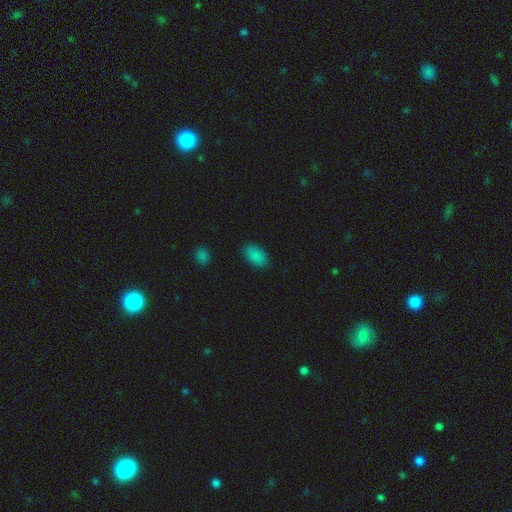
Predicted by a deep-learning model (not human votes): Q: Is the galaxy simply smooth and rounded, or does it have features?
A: smooth — 86%.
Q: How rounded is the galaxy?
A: in between — 93%.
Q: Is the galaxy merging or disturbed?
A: none — 86%.